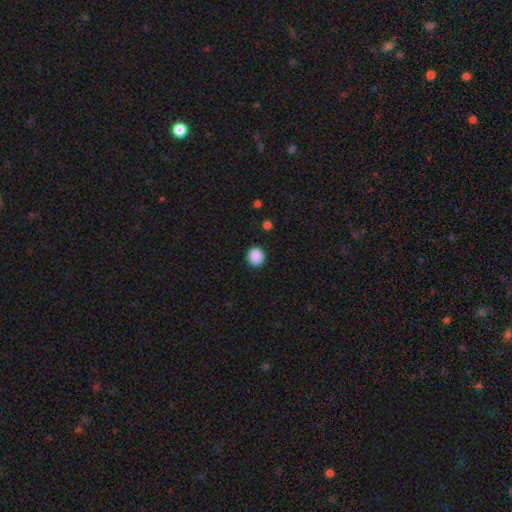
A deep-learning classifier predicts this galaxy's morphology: type=smooth (88%); roundness=round (84%); merging=none (89%).